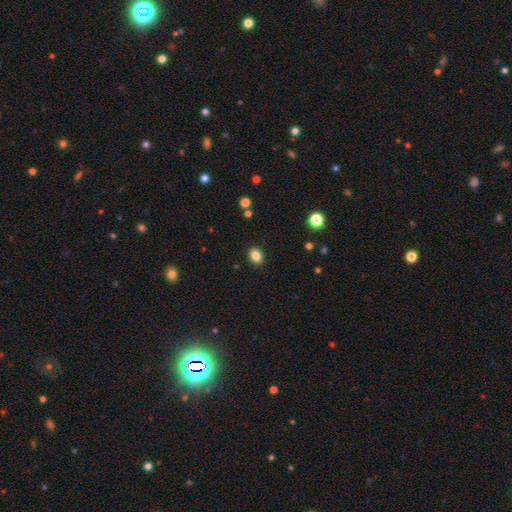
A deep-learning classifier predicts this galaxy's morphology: The model was most divided on "how rounded": in between: 60%, round: 39%, cigar-shaped: 1%. More confident: merging — none (90%); smooth or featured — smooth (86%).